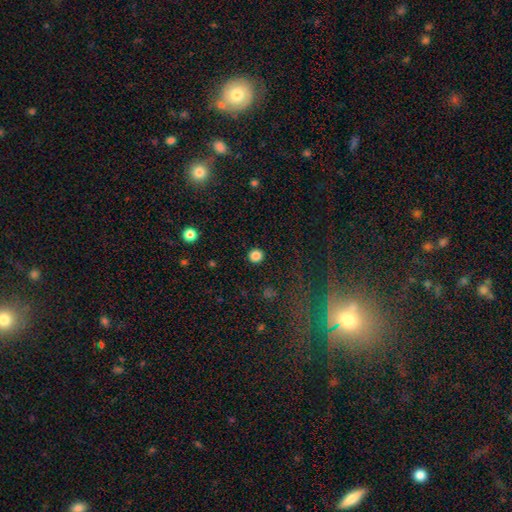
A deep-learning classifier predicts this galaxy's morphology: Smooth or featured? Predicted: smooth (p=0.84). How rounded? Predicted: round (p=0.93). Merging? Predicted: none (p=0.92).